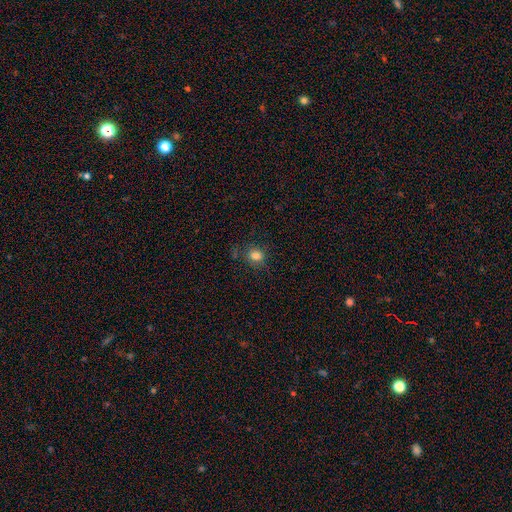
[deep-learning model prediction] Overall: smooth (81%). How rounded: round (68%; in between 31%). Merging: none (78%).